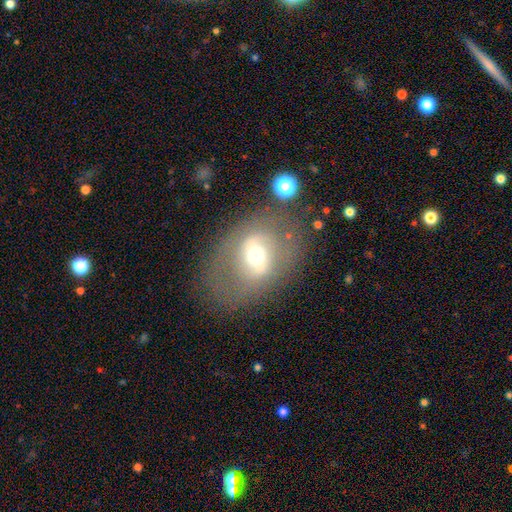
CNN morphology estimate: The model was most divided on "smooth or featured": featured or disk: 54%, smooth: 35%, star or artifact: 10%. More confident: edge-on disk — no (91%); merging — none (71%).